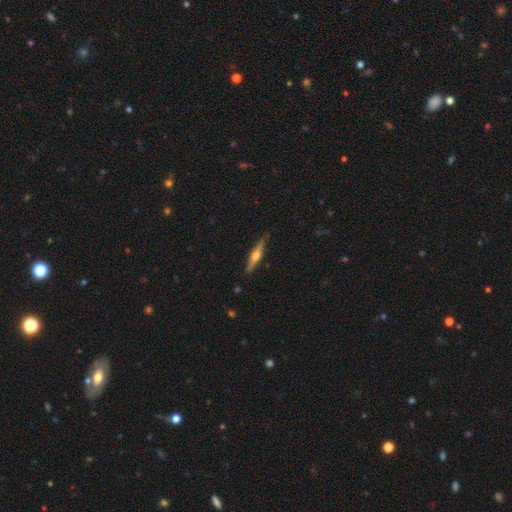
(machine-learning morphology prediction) The model was most divided on "smooth or featured": featured or disk: 65%, smooth: 30%, star or artifact: 6%. More confident: edge-on disk — yes (97%); edge-on bulge — rounded (92%); merging — none (86%).